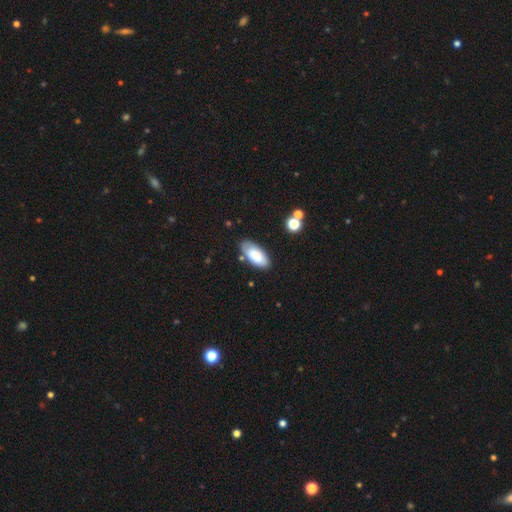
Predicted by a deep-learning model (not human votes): smooth-or-featured: smooth: 81% | featured or disk: 13% | star or artifact: 7%
  how-rounded: in between: 90% | cigar-shaped: 8% | round: 2%
  merging: none: 78% | minor disturbance: 15% | major disturbance: 4% | merger: 3%